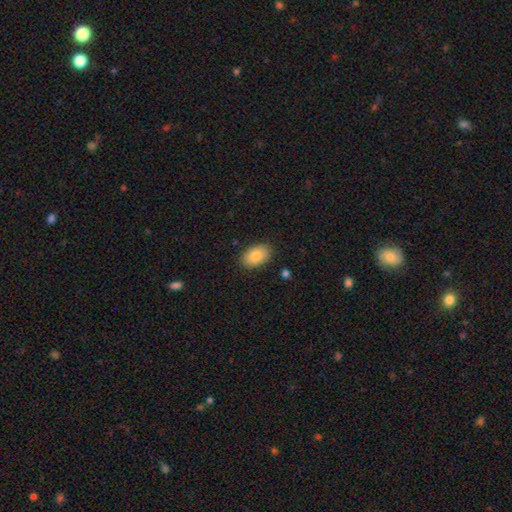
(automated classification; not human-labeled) This appears to be a smooth galaxy with no disk features (84%) that is in between round and cigar-shaped (91%). Merging: none (87%).